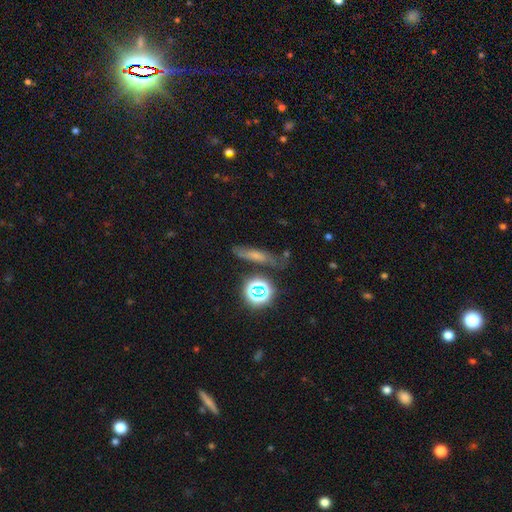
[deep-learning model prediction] smooth-or-featured: smooth: 54% | featured or disk: 24% | star or artifact: 22%
  how-rounded: cigar-shaped: 62% | in between: 24% | round: 14%
  merging: none: 68% | minor disturbance: 19% | major disturbance: 7% | merger: 6%